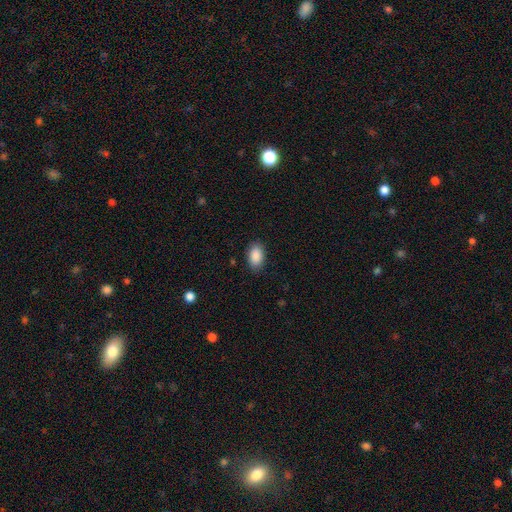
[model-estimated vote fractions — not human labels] Overall: smooth (90%). How rounded: in between (91%). Merging: none (86%).